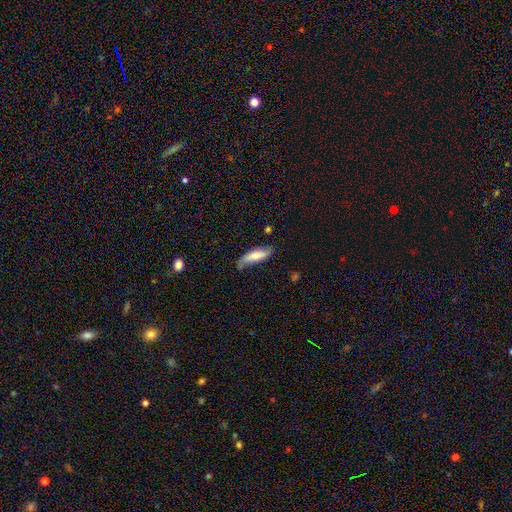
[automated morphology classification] smooth-or-featured: smooth: 56% | featured or disk: 38% | star or artifact: 6%
  how-rounded: in between: 56% | cigar-shaped: 42% | round: 2%
  merging: none: 54% | minor disturbance: 31% | major disturbance: 11% | merger: 3%